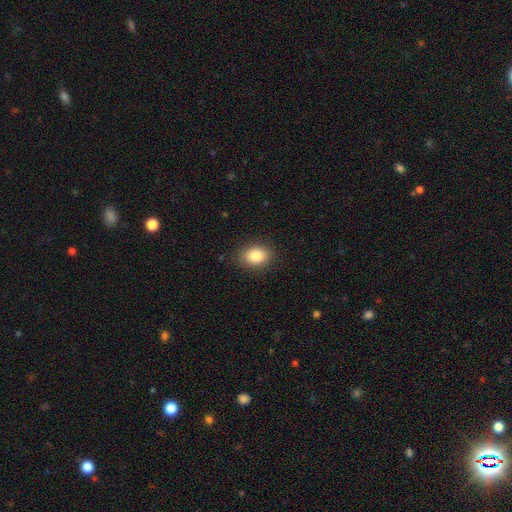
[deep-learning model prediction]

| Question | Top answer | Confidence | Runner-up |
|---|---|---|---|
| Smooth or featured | smooth | 85% | star or artifact (9%) |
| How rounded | in between | 65% | round (34%) |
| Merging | none | 87% | minor disturbance (9%) |